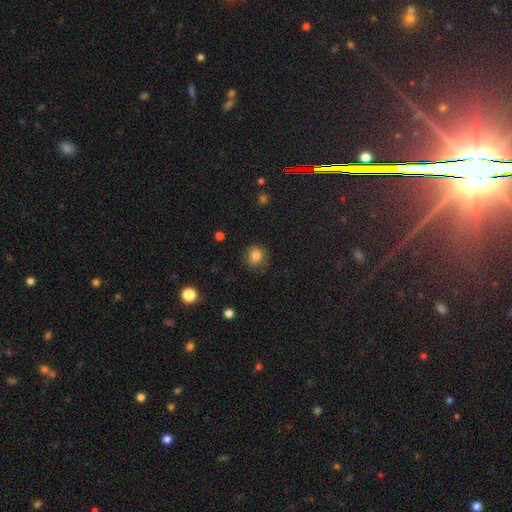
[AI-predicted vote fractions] Q: Smooth or featured?
A: smooth (80%); runner-up: star or artifact (12%)
Q: How rounded?
A: round (79%); runner-up: in between (20%)
Q: Merging?
A: none (76%); runner-up: minor disturbance (17%)